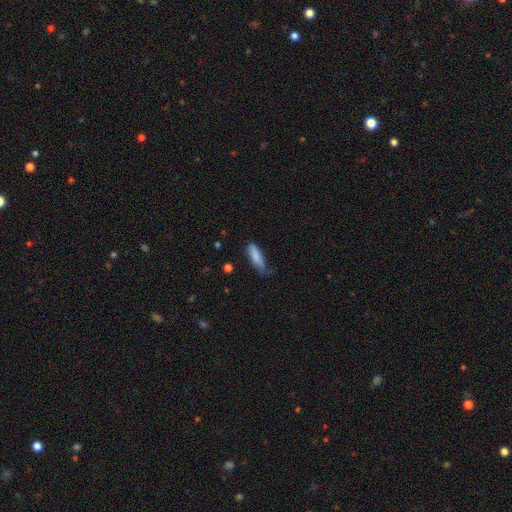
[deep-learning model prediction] A smooth galaxy with no disk features (84%) that is cigar-shaped (58%).

Vote fractions:
- Smooth or featured? smooth: 84% / featured or disk: 9% / star or artifact: 6%
- How rounded? cigar-shaped: 58% / in between: 40% / round: 2%
- Merging? none: 52% / minor disturbance: 36% / major disturbance: 10% / merger: 2%